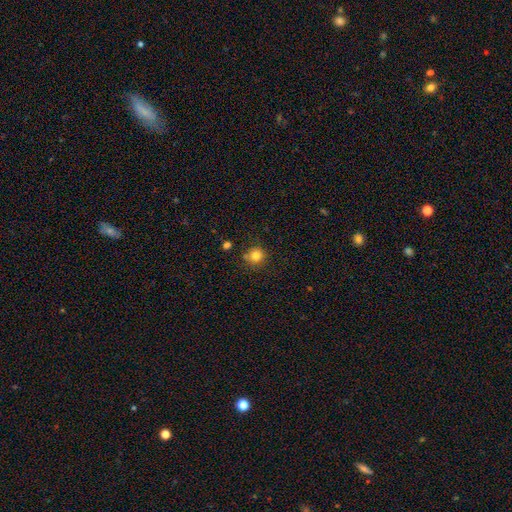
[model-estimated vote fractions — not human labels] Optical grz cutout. It shows a smooth galaxy with no disk features (81%) that is round (92%). Merging: none (81%).